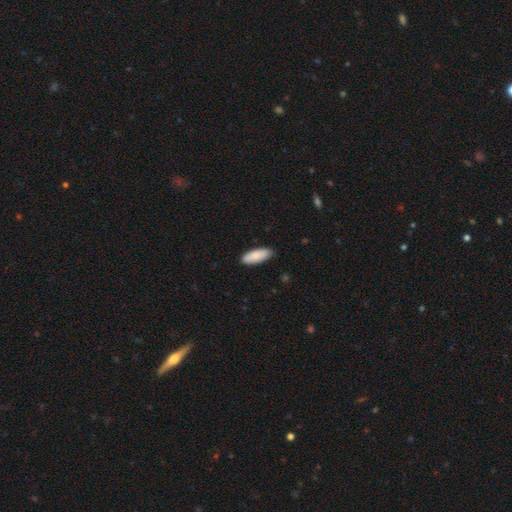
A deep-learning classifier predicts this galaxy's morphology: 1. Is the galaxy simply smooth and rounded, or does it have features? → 88% smooth, 7% featured or disk, 5% star or artifact.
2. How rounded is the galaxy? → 70% in between, 29% cigar-shaped, 2% round.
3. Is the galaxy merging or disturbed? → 87% none, 11% minor disturbance, 2% major disturbance, 1% merger.